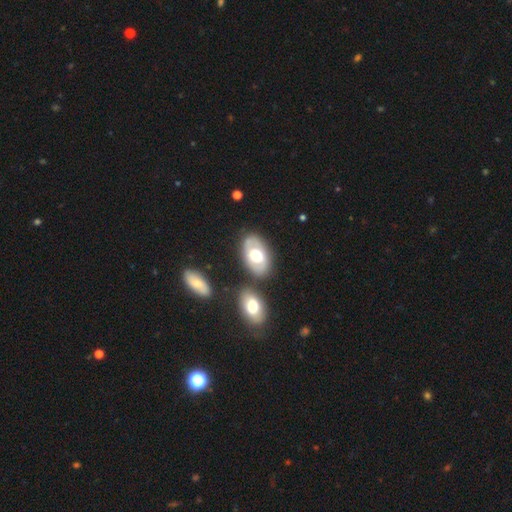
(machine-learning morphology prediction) Smooth or featured? featured or disk (48%)
Merging? none (74%)